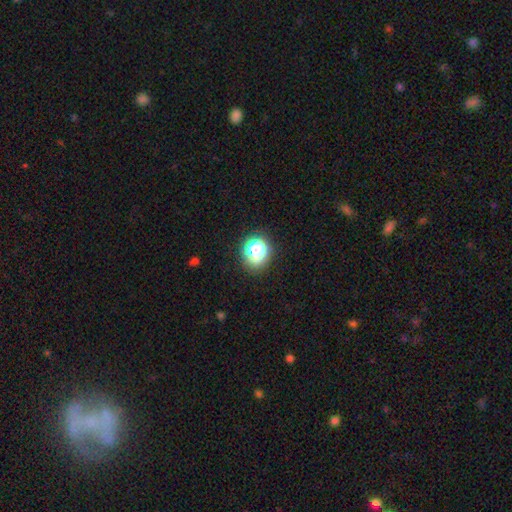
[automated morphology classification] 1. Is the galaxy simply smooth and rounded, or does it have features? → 53% smooth, 37% star or artifact, 10% featured or disk.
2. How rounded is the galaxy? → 79% round, 20% in between, 1% cigar-shaped.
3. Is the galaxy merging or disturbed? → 74% none, 13% minor disturbance, 7% major disturbance, 5% merger.